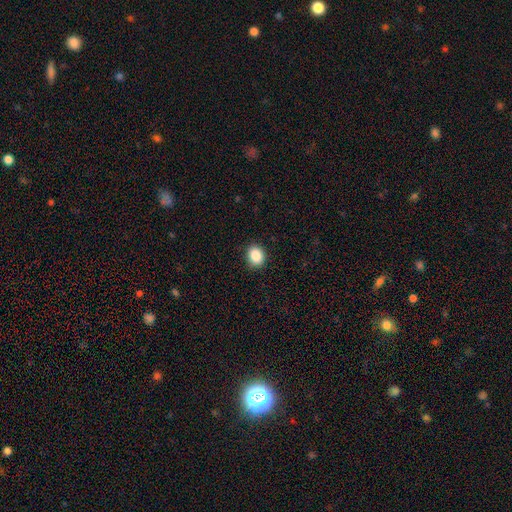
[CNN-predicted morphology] A smooth galaxy with no disk features (88%) that is round (56%).

Vote fractions:
- Smooth or featured? smooth: 88% / star or artifact: 9% / featured or disk: 4%
- How rounded? round: 56% / in between: 43% / cigar-shaped: 1%
- Merging? none: 89% / minor disturbance: 8% / major disturbance: 2% / merger: 1%